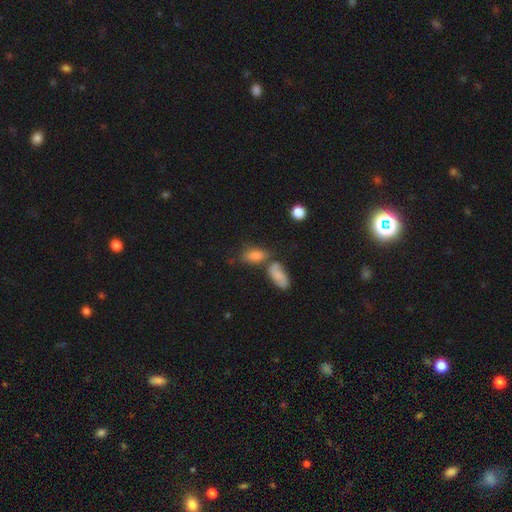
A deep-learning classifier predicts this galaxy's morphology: Smooth or featured?
  - smooth: 68% *
  - featured or disk: 20%
  - star or artifact: 12%
How rounded?
  - in between: 80% *
  - cigar-shaped: 12%
  - round: 7%
Merging?
  - none: 48% *
  - merger: 30%
  - minor disturbance: 16%
  - major disturbance: 7%